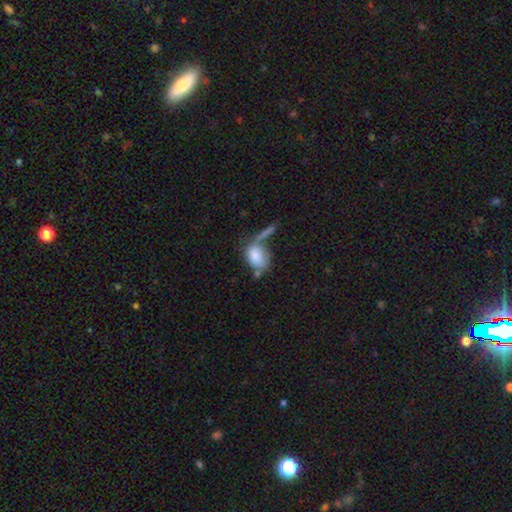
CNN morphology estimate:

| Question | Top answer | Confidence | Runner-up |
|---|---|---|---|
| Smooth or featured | smooth | 79% | featured or disk (13%) |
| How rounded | in between | 76% | round (22%) |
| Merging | none | 35% | merger (30%) |